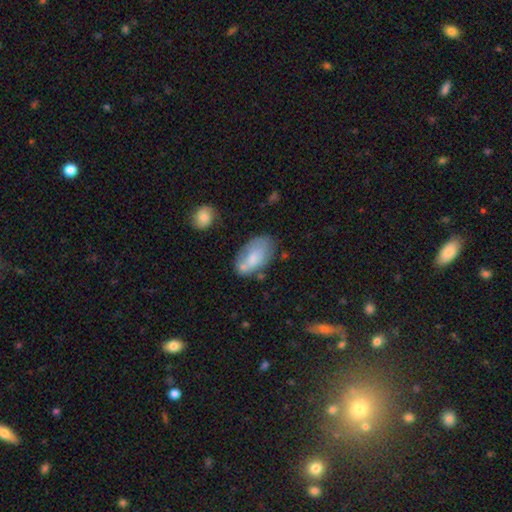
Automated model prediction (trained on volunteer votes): smooth 69%, featured or disk 24%, star or artifact 7%. Down the decision tree: how rounded — in between (93%); merging — none (52%).